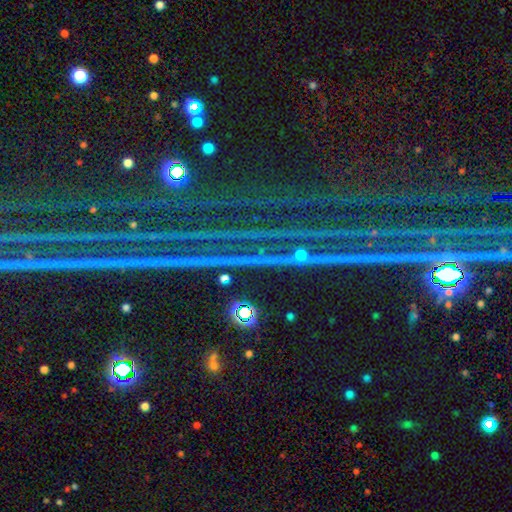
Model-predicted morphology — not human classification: star or artifact 85%, featured or disk 9%, smooth 6%.